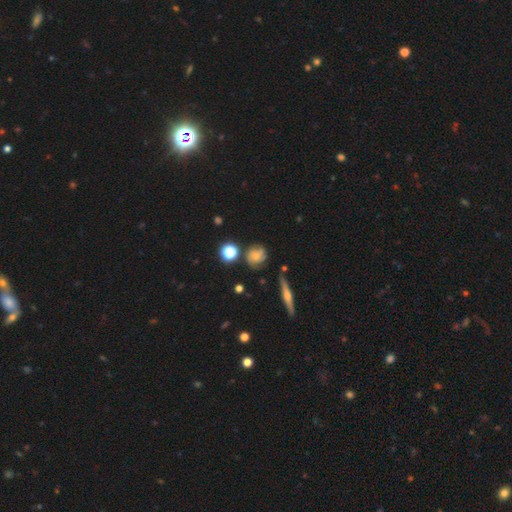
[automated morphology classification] Smooth or featured: featured or disk — 49% (smooth — 39%)
Merging: none — 68% (minor disturbance — 20%)